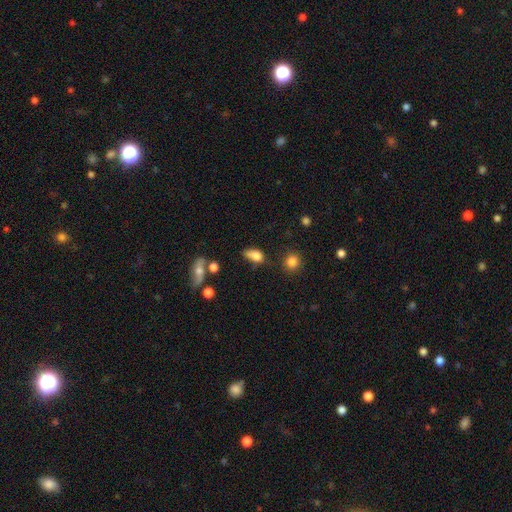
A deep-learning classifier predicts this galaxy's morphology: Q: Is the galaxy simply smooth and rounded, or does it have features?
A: smooth — 79%.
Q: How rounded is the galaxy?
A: in between — 83%.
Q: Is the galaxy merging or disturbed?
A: none — 39%.